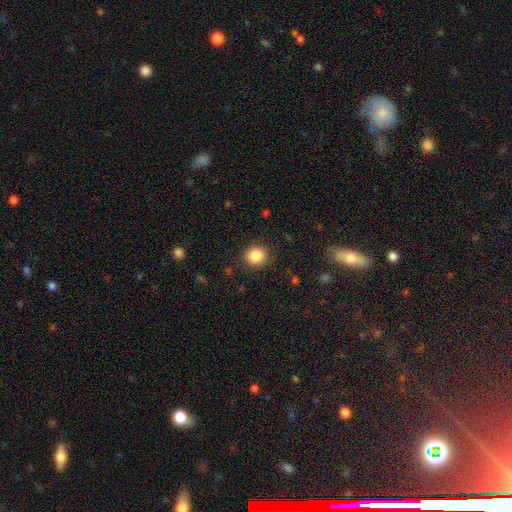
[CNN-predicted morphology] smooth_or_featured: smooth (p=0.85) [alt: star or artifact p=0.10]
how_rounded: round (p=0.86) [alt: in between p=0.13]
merging: none (p=0.88) [alt: minor disturbance p=0.08]